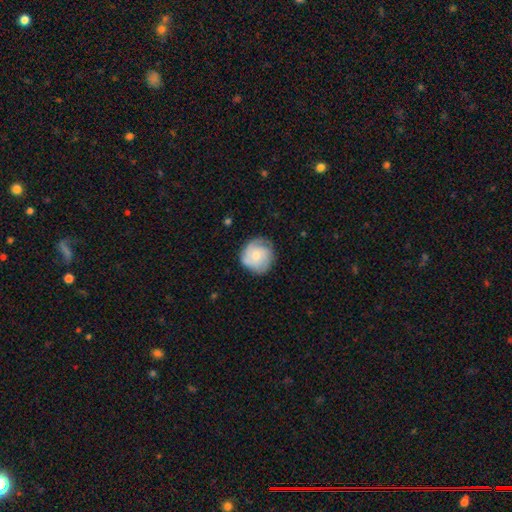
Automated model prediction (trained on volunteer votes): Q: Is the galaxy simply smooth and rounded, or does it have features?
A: smooth — 49%.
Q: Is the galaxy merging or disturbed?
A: none — 71%.